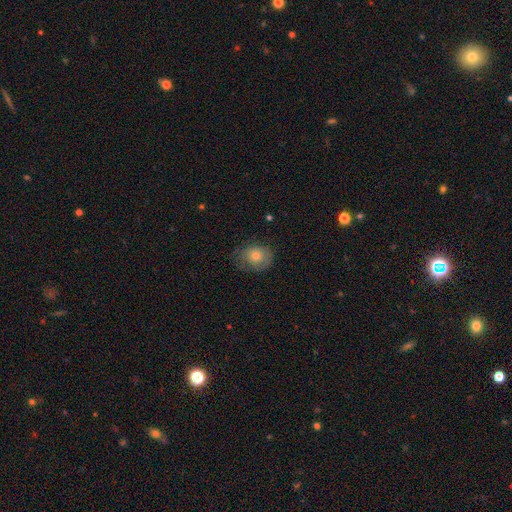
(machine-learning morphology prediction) This appears to be a smooth galaxy with no disk features (67%) that is round (60%). Merging: none (65%).